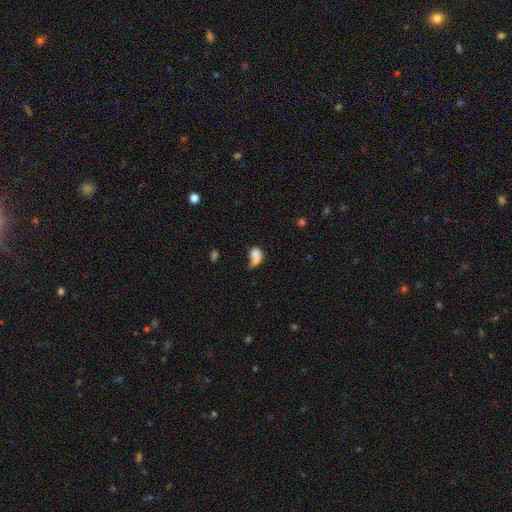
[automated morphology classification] smooth_or_featured: smooth (p=0.72) [alt: featured or disk p=0.19]
how_rounded: in between (p=0.72) [alt: round p=0.26]
merging: major disturbance (p=0.33) [alt: minor disturbance p=0.26]